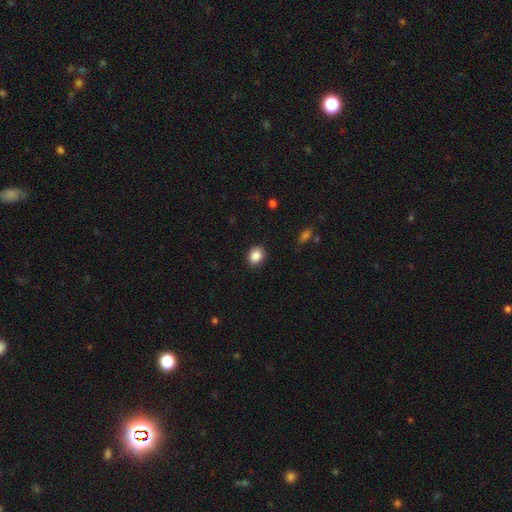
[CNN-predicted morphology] smooth-or-featured: smooth: 88% | star or artifact: 9% | featured or disk: 4%
  how-rounded: round: 56% | in between: 43% | cigar-shaped: 1%
  merging: none: 87% | minor disturbance: 9% | major disturbance: 2% | merger: 1%